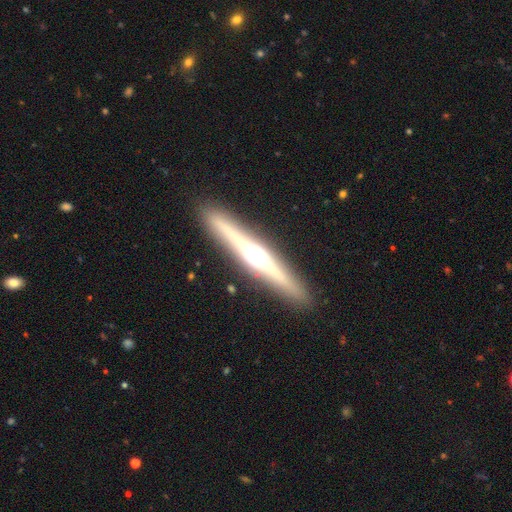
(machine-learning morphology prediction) The model was most divided on "smooth or featured": featured or disk: 75%, smooth: 18%, star or artifact: 6%. More confident: edge-on disk — yes (97%); merging — none (90%); edge-on bulge — rounded (85%).